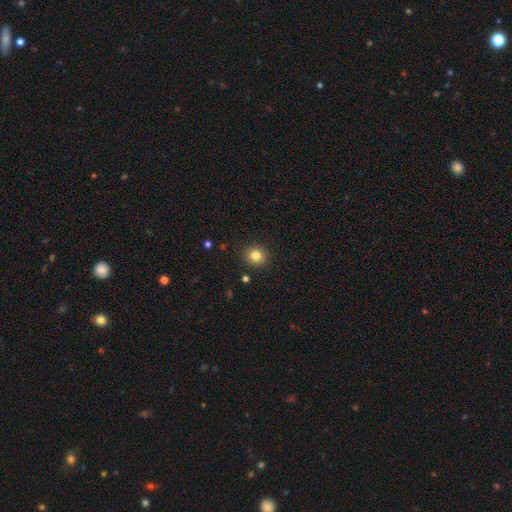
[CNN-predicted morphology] Smooth or featured: smooth — 82% (star or artifact — 12%)
How rounded: round — 82% (in between — 17%)
Merging: none — 90% (minor disturbance — 6%)